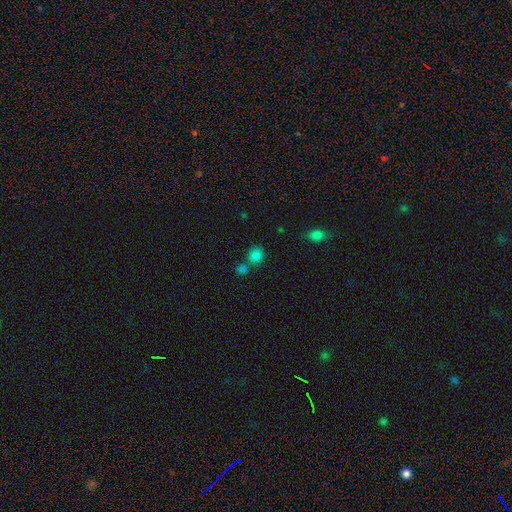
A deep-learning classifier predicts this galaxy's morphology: Smooth or featured? smooth (81%)
How rounded? round (76%)
Merging? none (59%)